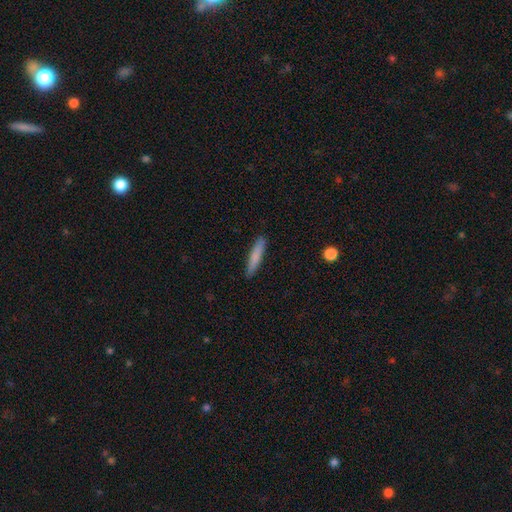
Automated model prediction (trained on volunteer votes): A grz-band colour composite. It shows a smooth galaxy with no disk features (78%) that is cigar-shaped (91%). Merging: none (90%).